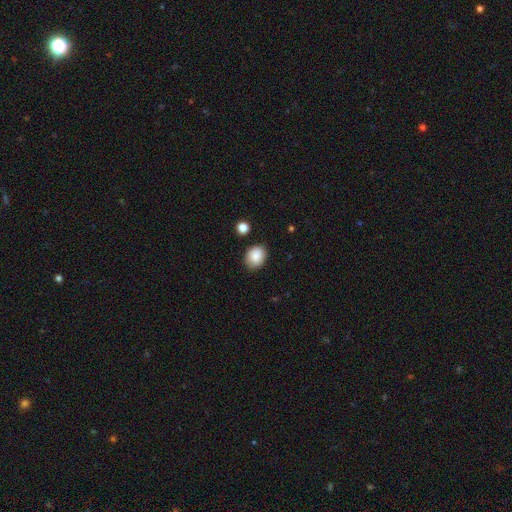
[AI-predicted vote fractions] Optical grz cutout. It shows a smooth galaxy with no disk features (88%) that is in between round and cigar-shaped (55%). Merging: none (84%).